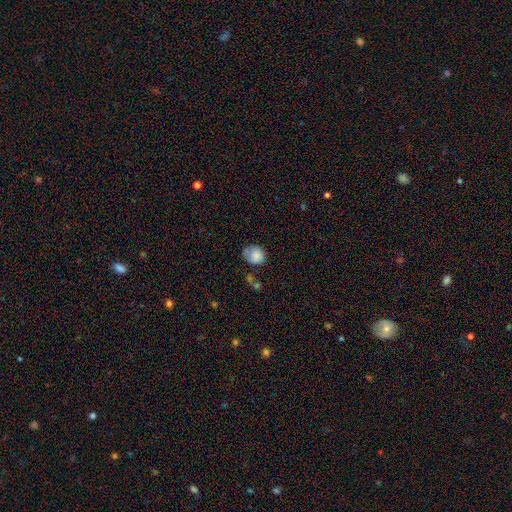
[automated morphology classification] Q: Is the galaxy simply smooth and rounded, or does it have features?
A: smooth — 82%.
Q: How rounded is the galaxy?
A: round — 68%.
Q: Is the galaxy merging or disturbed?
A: none — 52%.